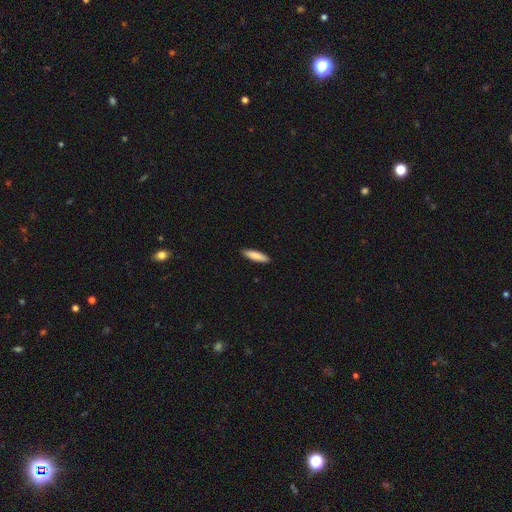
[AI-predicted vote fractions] smooth-or-featured: smooth: 86% | featured or disk: 8% | star or artifact: 6%
  how-rounded: cigar-shaped: 70% | in between: 29% | round: 1%
  merging: none: 90% | minor disturbance: 7% | major disturbance: 2% | merger: 1%